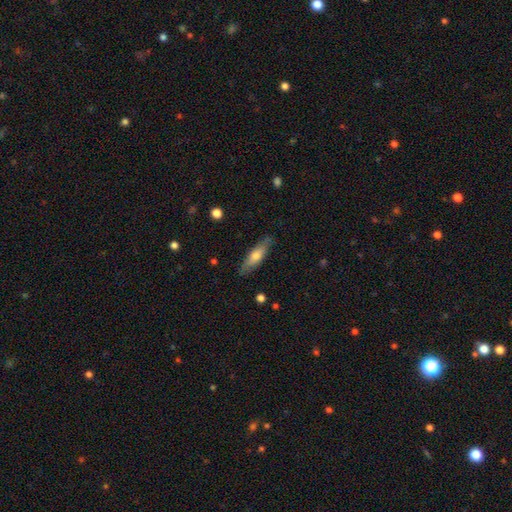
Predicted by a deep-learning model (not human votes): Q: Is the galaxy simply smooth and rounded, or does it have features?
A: smooth — 59%.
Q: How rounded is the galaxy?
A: cigar-shaped — 65%.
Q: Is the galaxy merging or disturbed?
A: none — 83%.